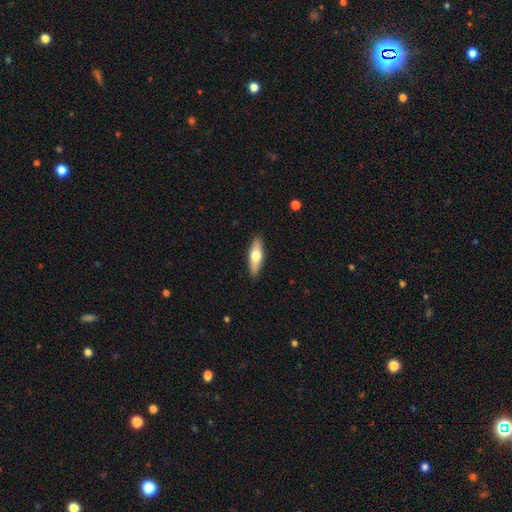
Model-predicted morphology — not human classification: Smooth or featured?
  - smooth: 60% *
  - featured or disk: 35%
  - star or artifact: 5%
How rounded?
  - in between: 51% *
  - cigar-shaped: 47%
  - round: 2%
Merging?
  - none: 90% *
  - minor disturbance: 8%
  - major disturbance: 2%
  - merger: 1%